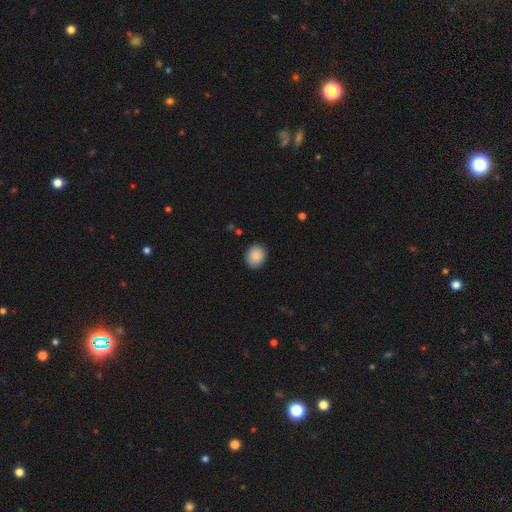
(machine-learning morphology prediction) smooth_or_featured: smooth (p=0.89) [alt: star or artifact p=0.08]
how_rounded: round (p=0.59) [alt: in between p=0.40]
merging: none (p=0.89) [alt: minor disturbance p=0.08]